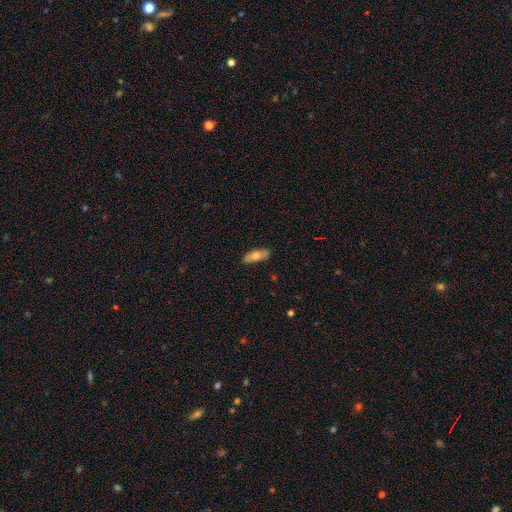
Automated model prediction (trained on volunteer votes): smooth 66%, featured or disk 27%, star or artifact 6%. Down the decision tree: how rounded — in between (61%); merging — none (86%).